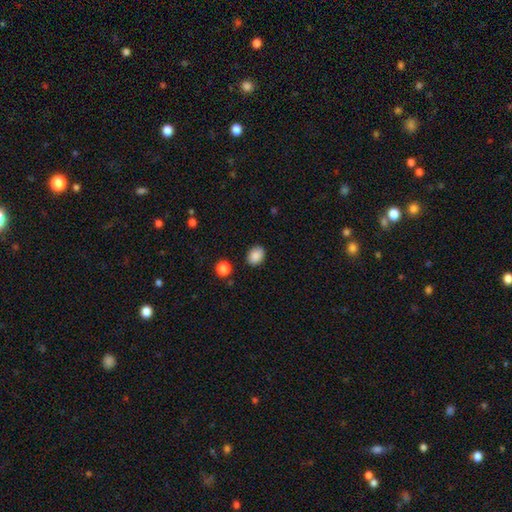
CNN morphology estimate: Overall: smooth (88%). How rounded: in between (61%; round 38%). Merging: none (85%).